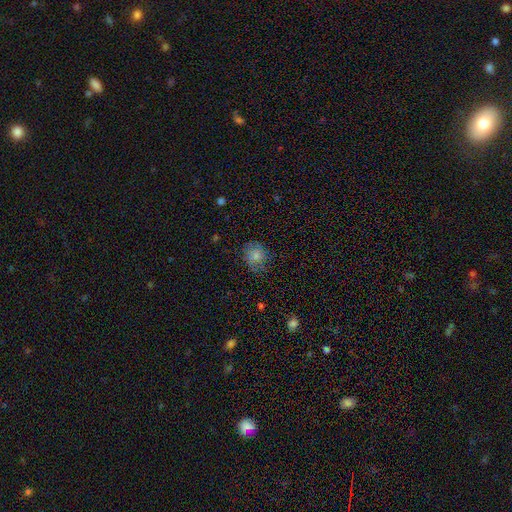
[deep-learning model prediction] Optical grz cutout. It shows a smooth galaxy with no disk features (75%) that is round (73%). Merging: none (69%).